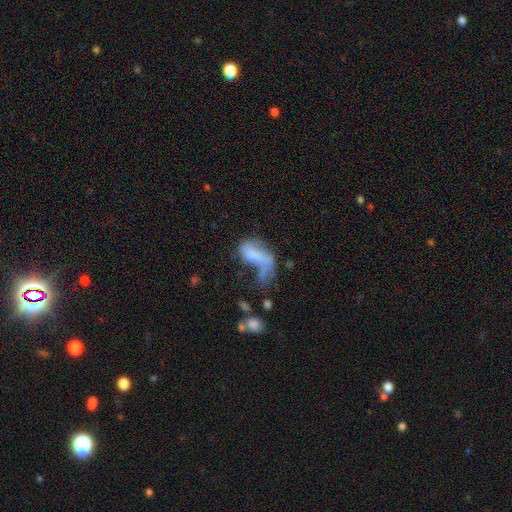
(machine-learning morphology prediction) This appears to be a smooth galaxy with no disk features (53%) that is in between round and cigar-shaped (85%). Merging: major disturbance (52%).